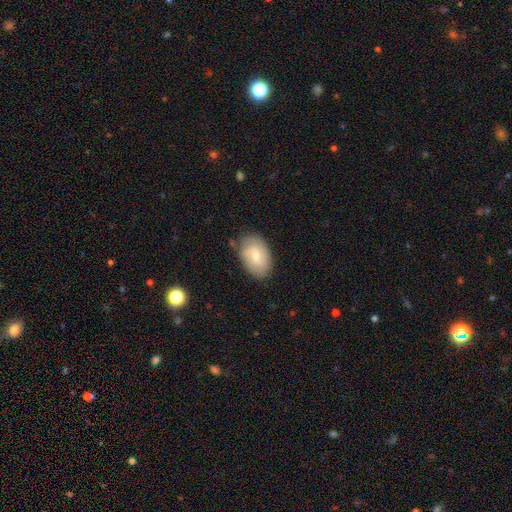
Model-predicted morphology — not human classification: Overall: smooth (66%; featured or disk 27%). How rounded: in between (89%). Merging: none (76%).